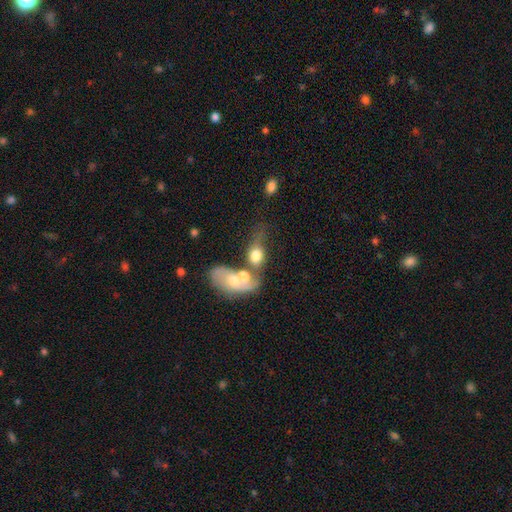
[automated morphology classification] A smooth galaxy with no disk features (61%) that is in between round and cigar-shaped (64%). Merging: merger (51%).